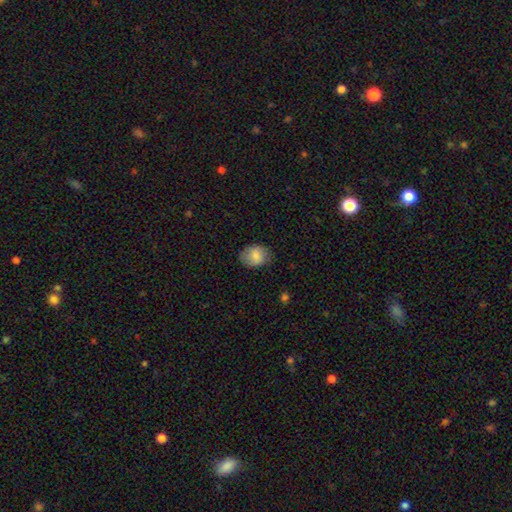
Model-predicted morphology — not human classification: smooth-or-featured: smooth: 81% | featured or disk: 11% | star or artifact: 7%
  how-rounded: in between: 60% | round: 39% | cigar-shaped: 1%
  merging: none: 77% | minor disturbance: 18% | major disturbance: 4% | merger: 1%